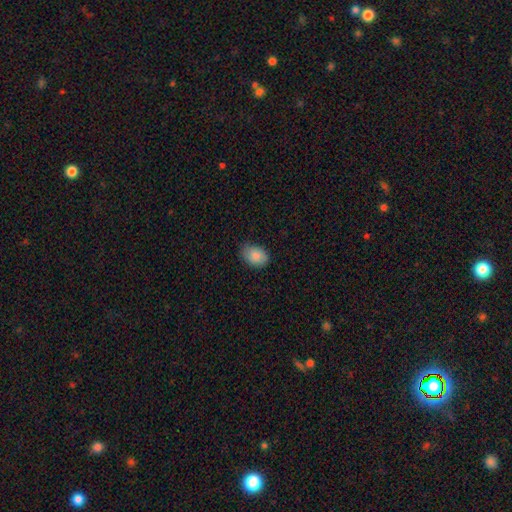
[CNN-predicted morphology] type=smooth (87%); roundness=in between (76%); merging=none (77%).